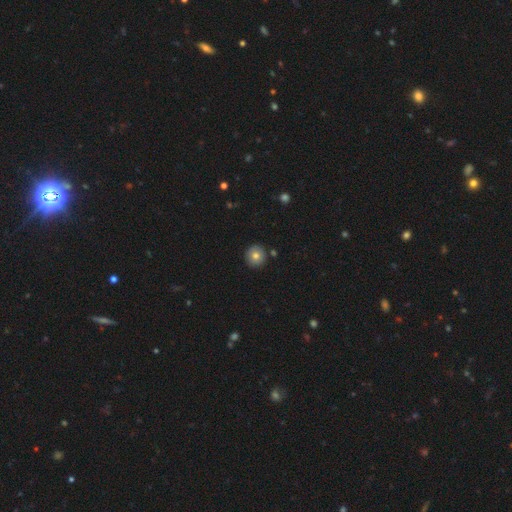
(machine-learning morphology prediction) smooth-or-featured: smooth: 77% | featured or disk: 13% | star or artifact: 10%
  how-rounded: round: 94% | in between: 5% | cigar-shaped: 1%
  merging: none: 89% | minor disturbance: 6% | merger: 3% | major disturbance: 2%